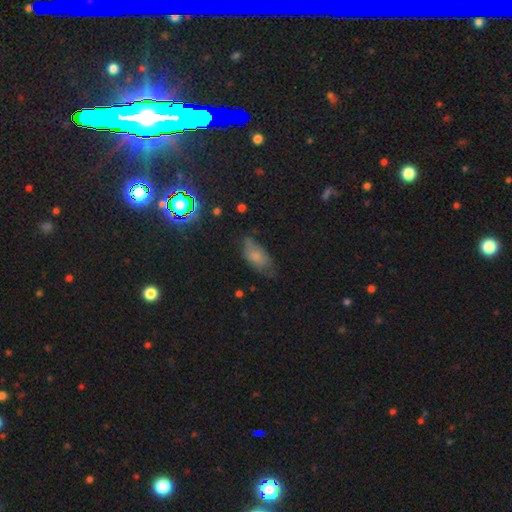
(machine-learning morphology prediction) This is likely a smooth galaxy (65%). How rounded: clearly in between (88%). Merging: possibly none (51%).